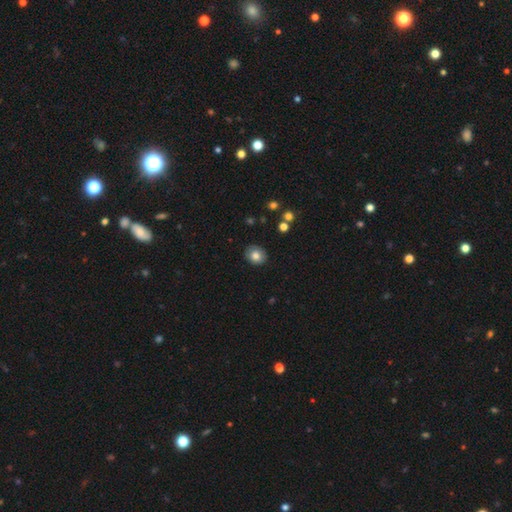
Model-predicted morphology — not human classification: smooth-or-featured: smooth: 79% | featured or disk: 12% | star or artifact: 9%
  how-rounded: round: 70% | in between: 29% | cigar-shaped: 1%
  merging: none: 88% | minor disturbance: 9% | major disturbance: 2% | merger: 1%